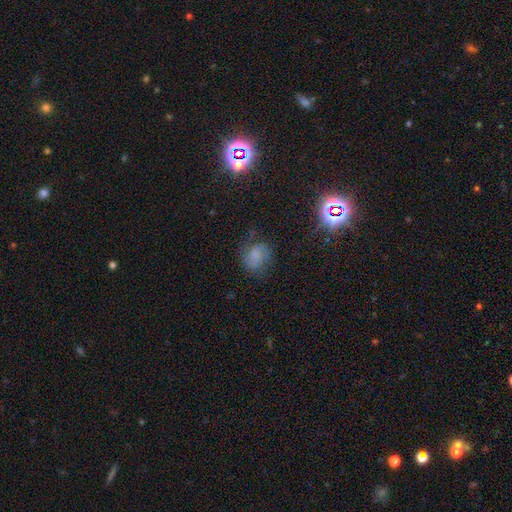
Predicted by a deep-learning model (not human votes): A smooth galaxy with no disk features (44%). Merging: none (58%).